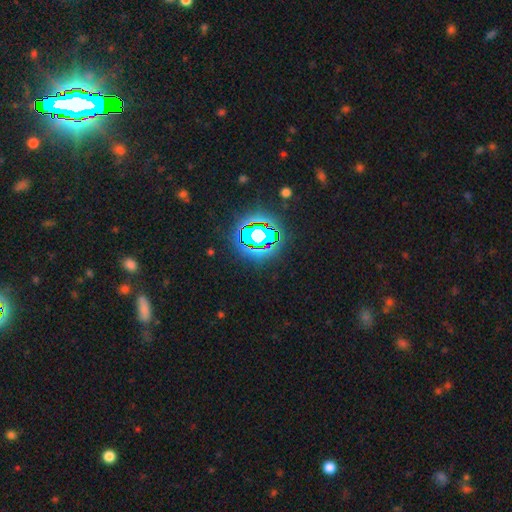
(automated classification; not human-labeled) star or artifact 84%, smooth 10%, featured or disk 7%.